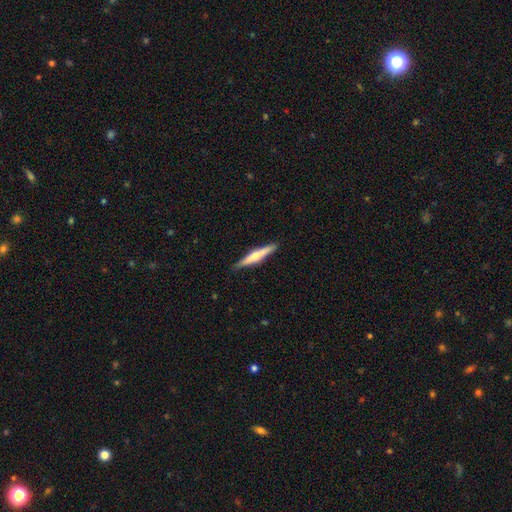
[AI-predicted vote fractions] smooth_or_featured: featured or disk (p=0.56) [alt: smooth p=0.38]
disk_edge_on: yes (p=0.97) [alt: no p=0.03]
edge_on_bulge: rounded (p=0.84) [alt: none p=0.10]
merging: none (p=0.88) [alt: minor disturbance p=0.09]